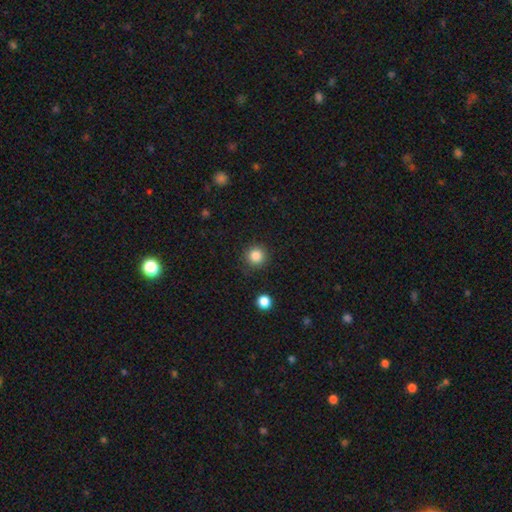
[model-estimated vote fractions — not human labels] A smooth galaxy with no disk features (85%) that is round (94%).

Vote fractions:
- Smooth or featured? smooth: 85% / star or artifact: 11% / featured or disk: 4%
- How rounded? round: 94% / in between: 5% / cigar-shaped: 1%
- Merging? none: 88% / minor disturbance: 7% / major disturbance: 3% / merger: 2%